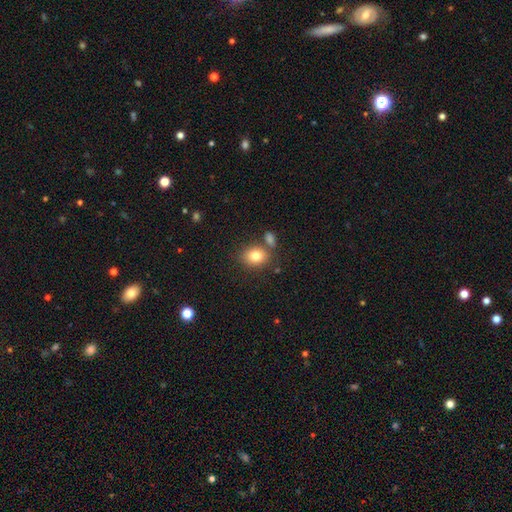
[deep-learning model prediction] Overall: smooth (80%). How rounded: round (50%; in between 49%). Merging: none (67%).